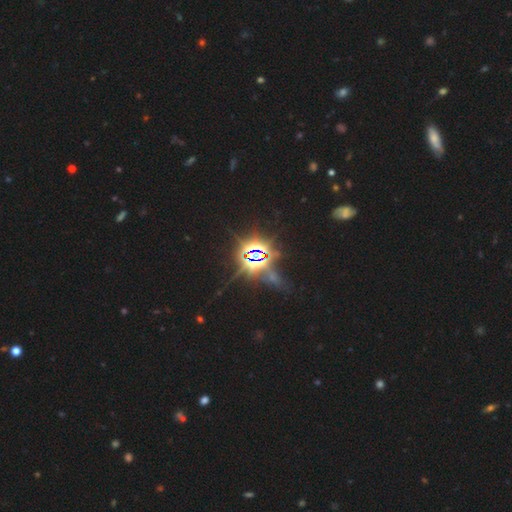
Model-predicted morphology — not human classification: star or artifact 85%, featured or disk 8%, smooth 7%.